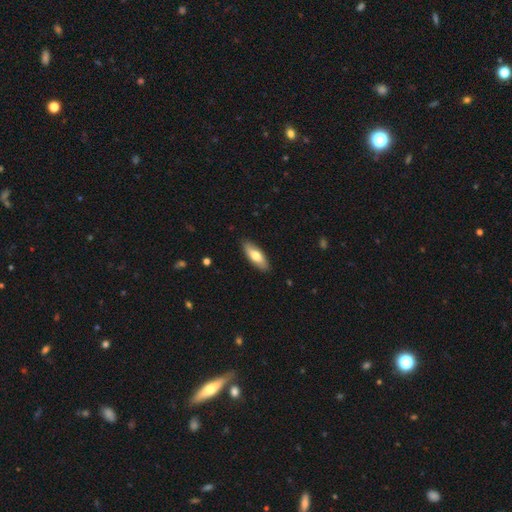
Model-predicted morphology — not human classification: Smooth or featured? smooth (69%)
How rounded? in between (69%)
Merging? none (88%)